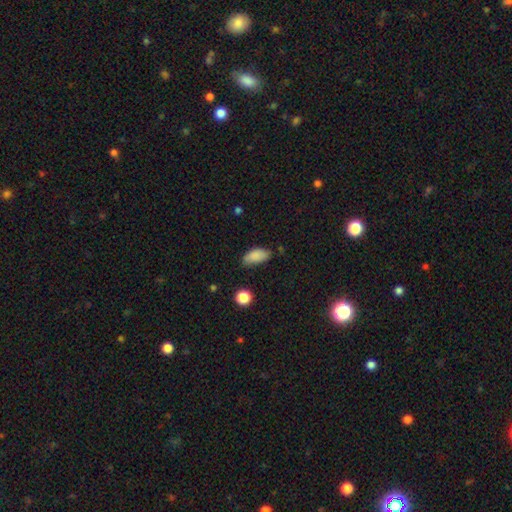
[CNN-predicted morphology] smooth_or_featured: smooth (p=0.85) [alt: star or artifact p=0.09]
how_rounded: in between (p=0.90) [alt: cigar-shaped p=0.07]
merging: none (p=0.62) [alt: minor disturbance p=0.30]